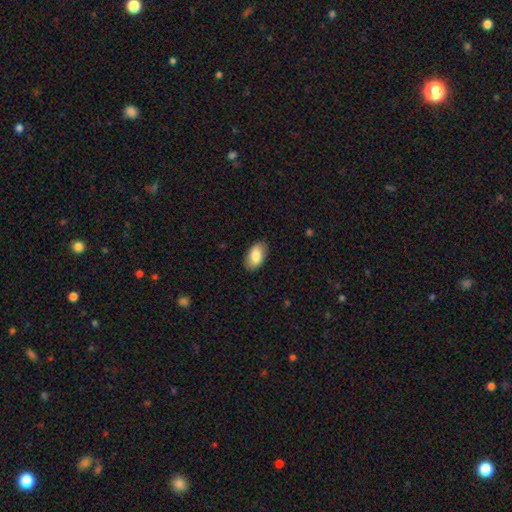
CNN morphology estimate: This is clearly a smooth galaxy (80%). How rounded: clearly in between (94%). Merging: clearly none (86%).